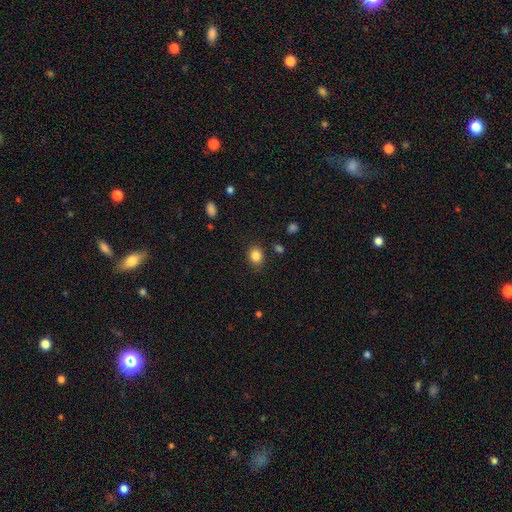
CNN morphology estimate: A smooth galaxy with no disk features (85%) that is round (55%).

Vote fractions:
- Smooth or featured? smooth: 85% / star or artifact: 10% / featured or disk: 5%
- How rounded? round: 55% / in between: 44% / cigar-shaped: 1%
- Merging? none: 86% / minor disturbance: 10% / major disturbance: 3% / merger: 2%